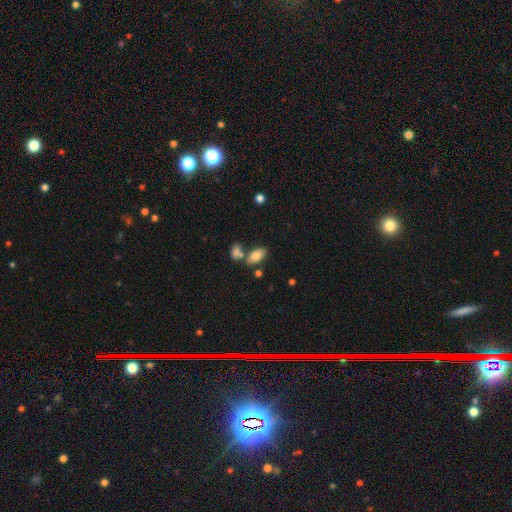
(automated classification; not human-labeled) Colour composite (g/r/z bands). It shows a smooth galaxy with no disk features (81%) that is in between round and cigar-shaped (92%). Merging: none (58%).